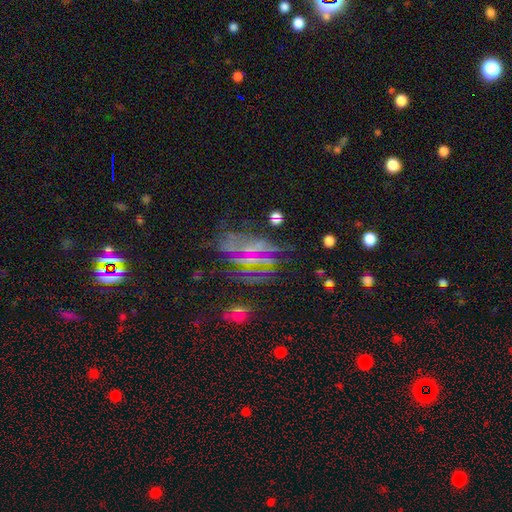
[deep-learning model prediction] The model was most divided on "smooth or featured": star or artifact: 53%, featured or disk: 28%, smooth: 20%.